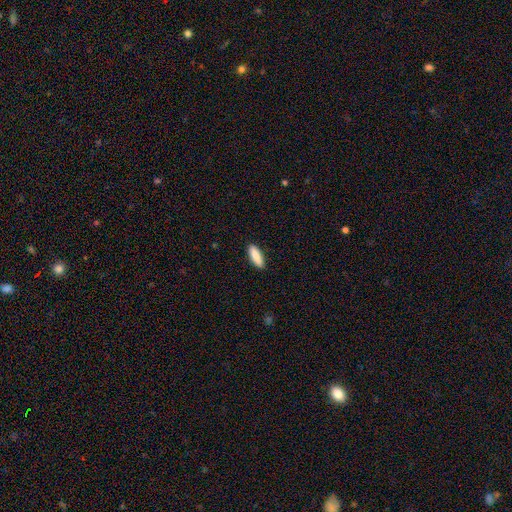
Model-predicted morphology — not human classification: Smooth or featured? smooth (88%)
How rounded? in between (50%)
Merging? none (88%)